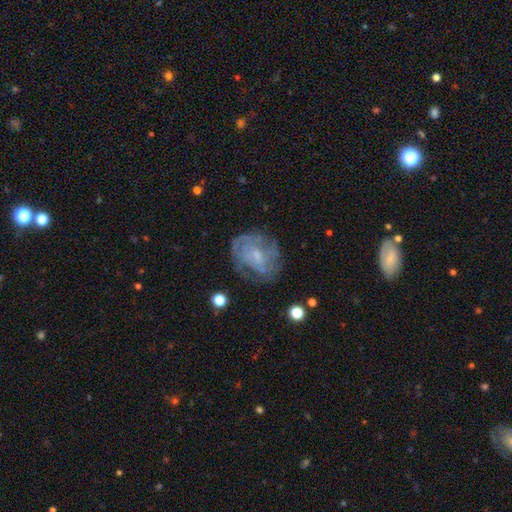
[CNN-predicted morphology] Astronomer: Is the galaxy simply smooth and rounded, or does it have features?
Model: featured or disk — 63%.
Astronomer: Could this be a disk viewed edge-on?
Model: no — 97%.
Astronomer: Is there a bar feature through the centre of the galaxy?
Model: no — 63%.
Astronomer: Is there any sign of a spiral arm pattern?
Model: yes — 65%.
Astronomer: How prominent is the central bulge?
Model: small — 53%.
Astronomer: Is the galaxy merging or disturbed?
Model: none — 64%.